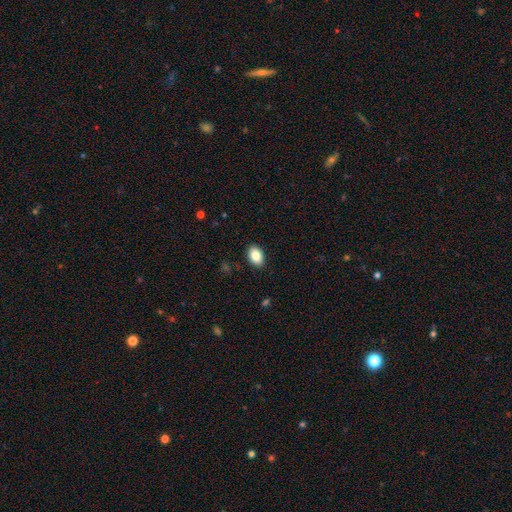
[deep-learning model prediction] This is clearly a smooth galaxy (86%). How rounded: clearly in between (88%). Merging: clearly none (90%).